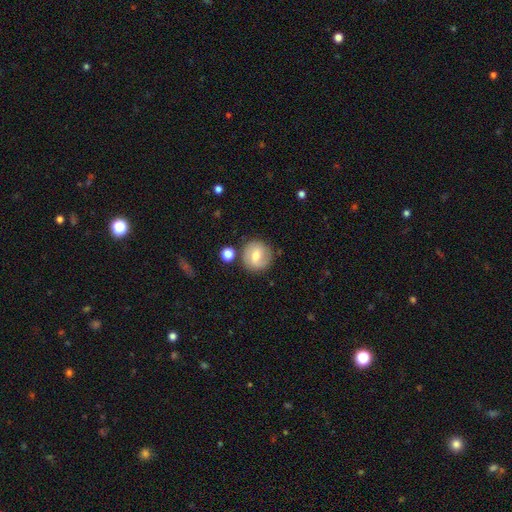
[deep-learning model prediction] The model was most divided on "smooth or featured": smooth: 55%, featured or disk: 37%, star or artifact: 8%. More confident: how rounded — round (91%); merging — none (79%).